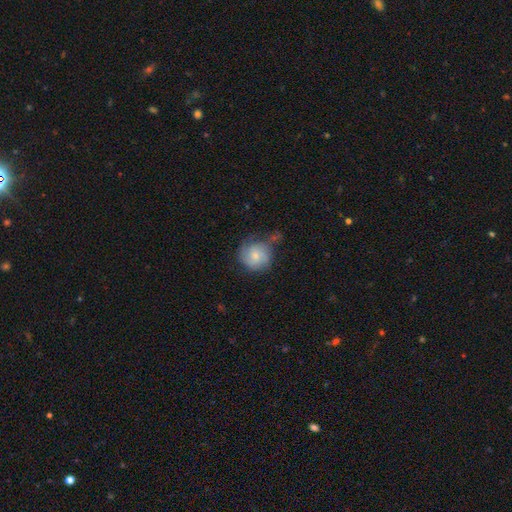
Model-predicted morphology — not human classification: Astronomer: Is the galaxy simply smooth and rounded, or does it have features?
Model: smooth — 53% (runner-up: featured or disk, 39%).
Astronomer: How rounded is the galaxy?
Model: round — 87%.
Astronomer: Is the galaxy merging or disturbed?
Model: none — 47% (runner-up: minor disturbance, 30%).